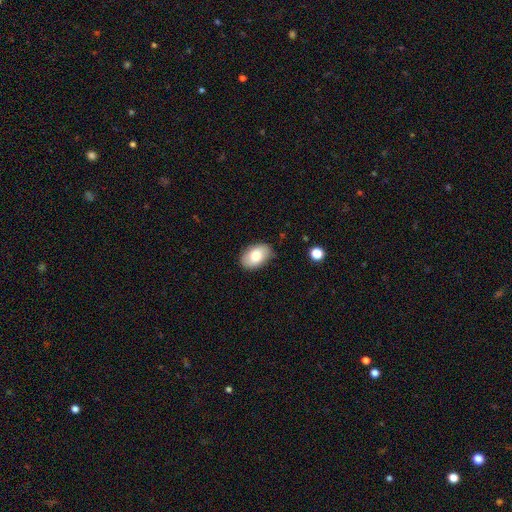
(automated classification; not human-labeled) Smooth or featured? smooth (78%)
How rounded? in between (89%)
Merging? none (81%)